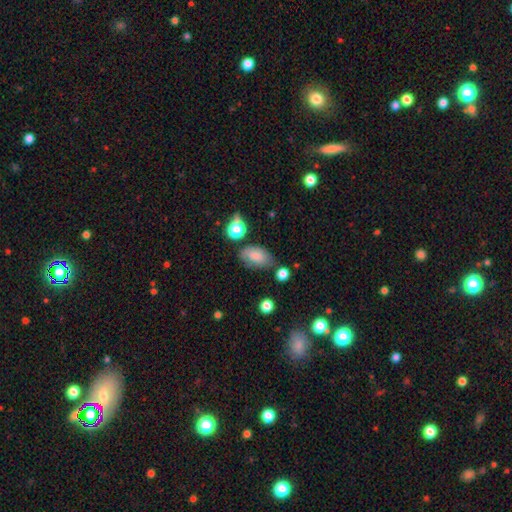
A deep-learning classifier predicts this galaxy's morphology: A smooth galaxy with no disk features (75%) that is in between round and cigar-shaped (90%). Merging: none (58%).